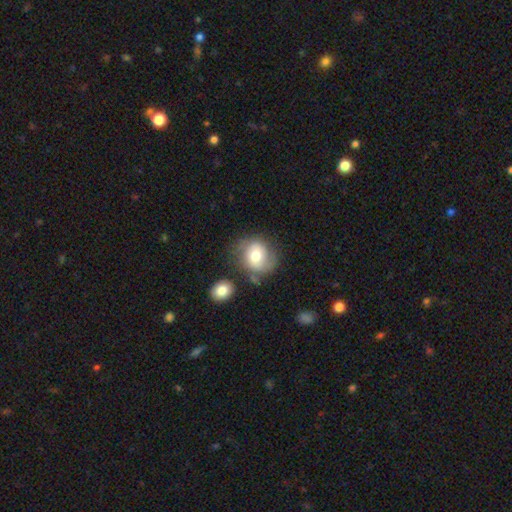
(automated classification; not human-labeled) Smooth or featured? Predicted: smooth (p=0.60). How rounded? Predicted: round (p=0.73). Merging? Predicted: none (p=0.59).